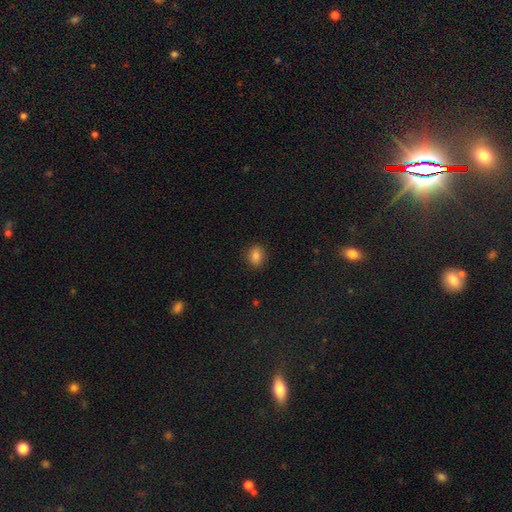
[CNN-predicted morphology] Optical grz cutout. It shows a smooth galaxy with no disk features (82%) that is round (52%). Merging: none (88%).